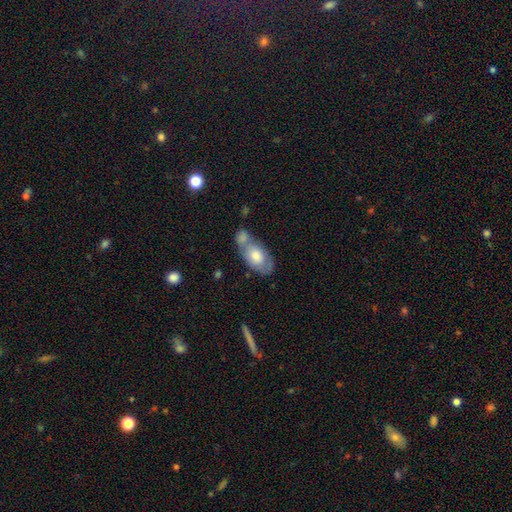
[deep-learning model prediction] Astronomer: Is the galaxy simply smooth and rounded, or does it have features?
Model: smooth — 62%.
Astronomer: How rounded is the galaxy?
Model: in between — 89%.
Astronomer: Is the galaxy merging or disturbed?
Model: merger — 43% (runner-up: none, 35%).